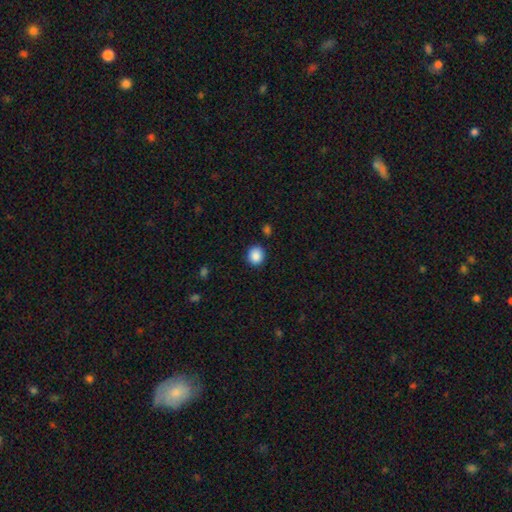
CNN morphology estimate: Smooth or featured? Predicted: smooth (p=0.88). How rounded? Predicted: round (p=0.83). Merging? Predicted: none (p=0.89).